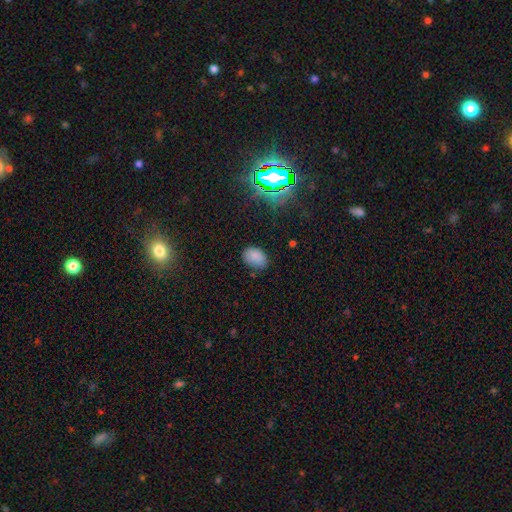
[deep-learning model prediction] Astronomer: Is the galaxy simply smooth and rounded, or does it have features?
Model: smooth — 81%.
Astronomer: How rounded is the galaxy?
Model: in between — 81%.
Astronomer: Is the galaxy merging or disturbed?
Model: none — 76%.